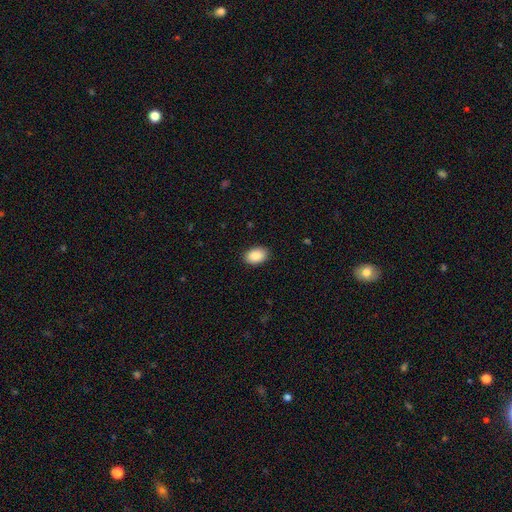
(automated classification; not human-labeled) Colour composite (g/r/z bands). It shows a smooth galaxy with no disk features (89%) that is in between round and cigar-shaped (87%). Merging: none (89%).